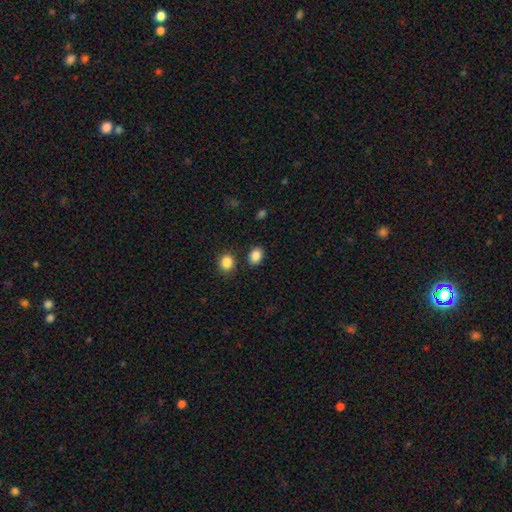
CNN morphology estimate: This appears to be a smooth galaxy with no disk features (87%) that is in between round and cigar-shaped (60%). Merging: none (83%).